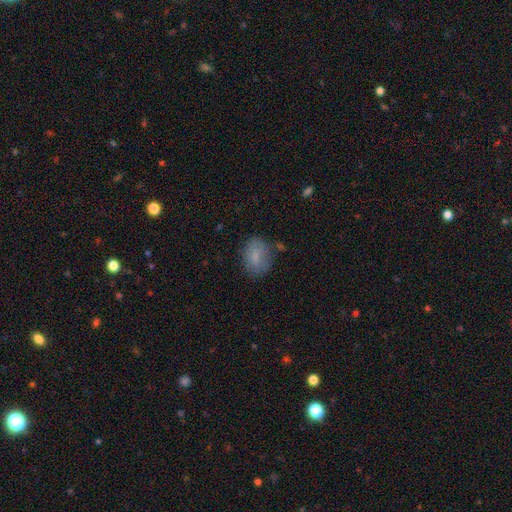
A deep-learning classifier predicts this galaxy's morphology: A smooth galaxy with no disk features (78%) that is in between round and cigar-shaped (73%).

Vote fractions:
- Smooth or featured? smooth: 78% / featured or disk: 13% / star or artifact: 8%
- How rounded? in between: 73% / round: 25% / cigar-shaped: 2%
- Merging? none: 72% / minor disturbance: 19% / major disturbance: 6% / merger: 3%